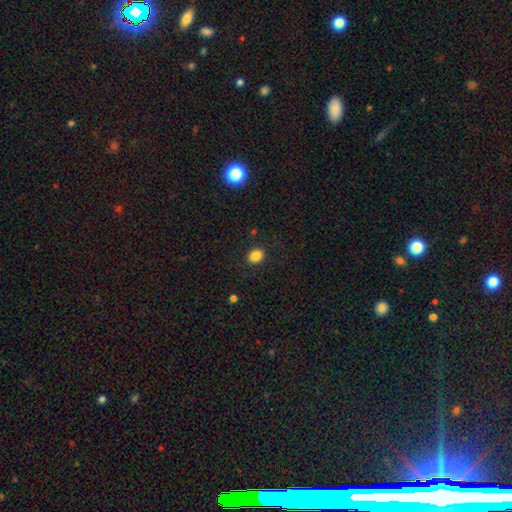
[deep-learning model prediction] This is clearly a smooth galaxy (85%). How rounded: possibly in between (52%). Merging: clearly none (88%).